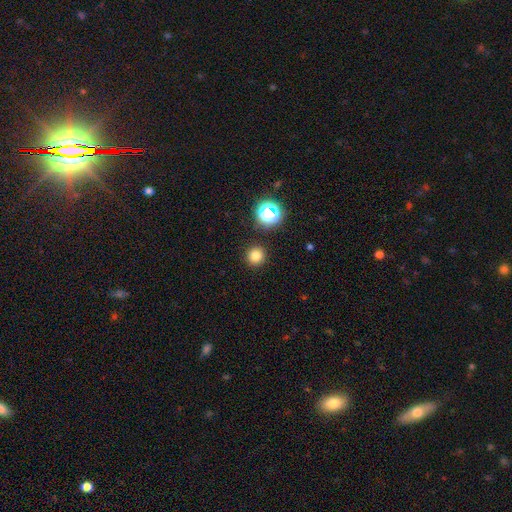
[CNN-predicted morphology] This appears to be a smooth galaxy with no disk features (77%) that is round (94%). Merging: none (91%).